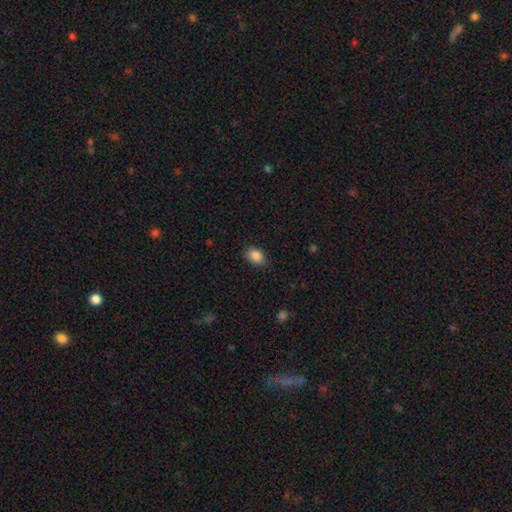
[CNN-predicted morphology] A smooth galaxy with no disk features (87%) that is in between round and cigar-shaped (76%). Merging: none (82%).